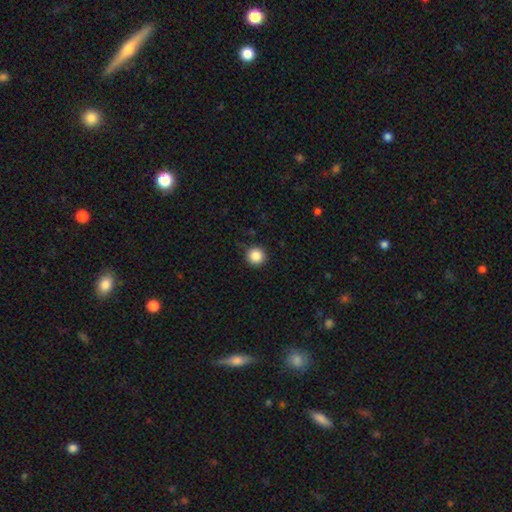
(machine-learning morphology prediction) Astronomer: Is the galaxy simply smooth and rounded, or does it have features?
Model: smooth — 87%.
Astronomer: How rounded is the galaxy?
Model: round — 96%.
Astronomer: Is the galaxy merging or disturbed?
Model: none — 89%.